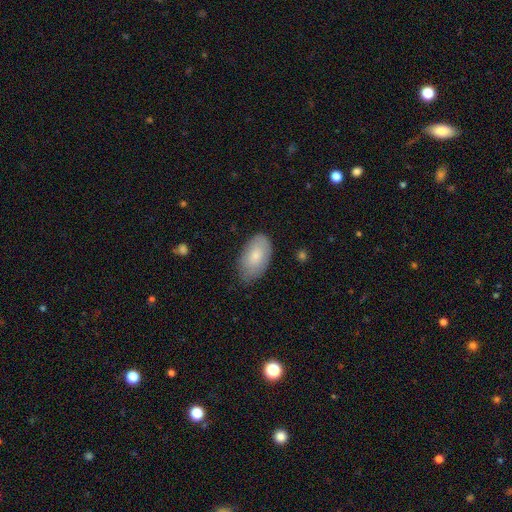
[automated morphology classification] This appears to be a smooth galaxy with no disk features (77%) that is in between round and cigar-shaped (94%). Merging: none (72%).